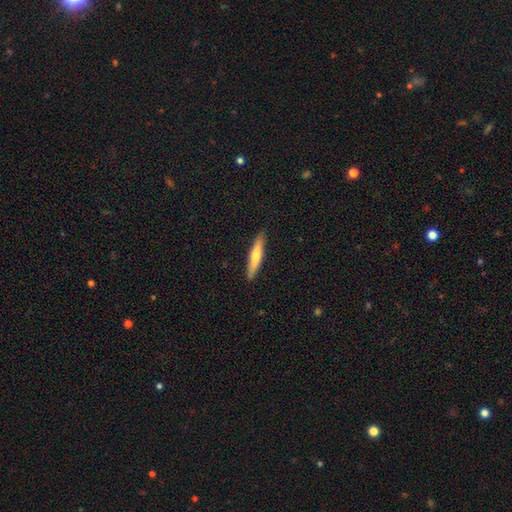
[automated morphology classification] A smooth galaxy with no disk features (57%) that is cigar-shaped (90%).

Vote fractions:
- Smooth or featured? smooth: 57% / featured or disk: 38% / star or artifact: 5%
- How rounded? cigar-shaped: 90% / in between: 9% / round: 1%
- Merging? none: 89% / minor disturbance: 8% / major disturbance: 1% / merger: 1%